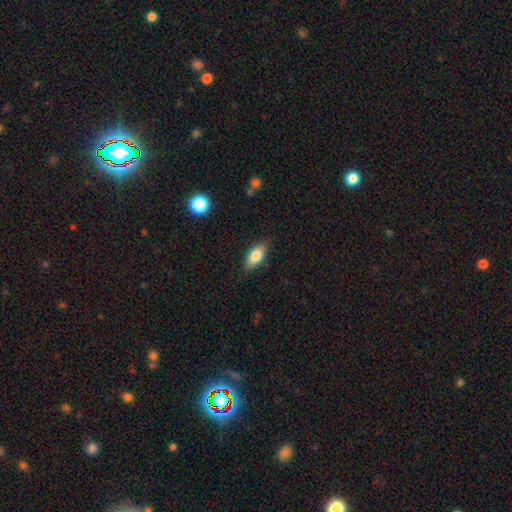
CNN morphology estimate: smooth-or-featured: smooth: 82% | featured or disk: 11% | star or artifact: 7%
  how-rounded: in between: 87% | cigar-shaped: 10% | round: 4%
  merging: none: 85% | minor disturbance: 11% | major disturbance: 2% | merger: 1%